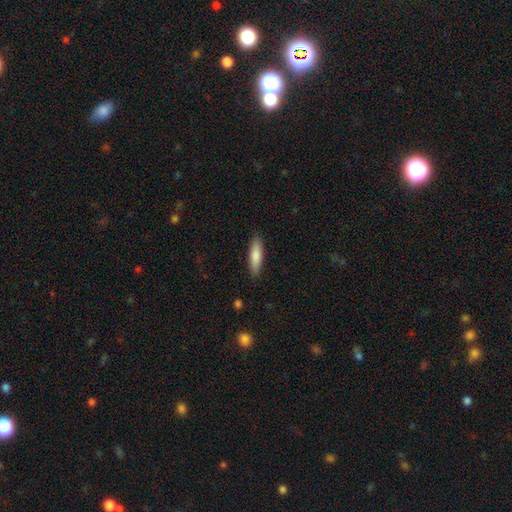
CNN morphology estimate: Q: Smooth or featured?
A: smooth (82%); runner-up: featured or disk (12%)
Q: How rounded?
A: cigar-shaped (63%); runner-up: in between (36%)
Q: Merging?
A: none (88%); runner-up: minor disturbance (9%)